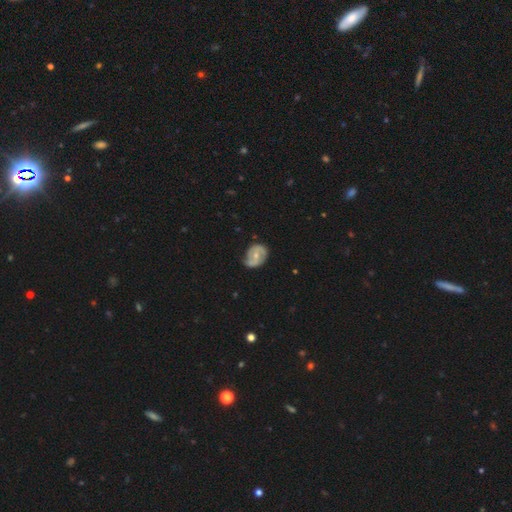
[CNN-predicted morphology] smooth-or-featured: featured or disk: 66% | smooth: 28% | star or artifact: 6%
  disk-edge-on: no: 97% | yes: 3%
    bar: no: 53% | weak: 37% | strong: 10%
    has-spiral-arms: yes: 81% | no: 19%
      spiral-winding: medium: 41% | tight: 40% | loose: 19%
      spiral-arm-count: 2: 71% | can't tell: 15% | 1: 8% | 3: 4% | 4: 1% | more than 4: 1%
    bulge-size: moderate: 54% | small: 42% | none: 2% | large: 2% | dominant: 1%
  merging: none: 60% | minor disturbance: 30% | major disturbance: 8% | merger: 2%